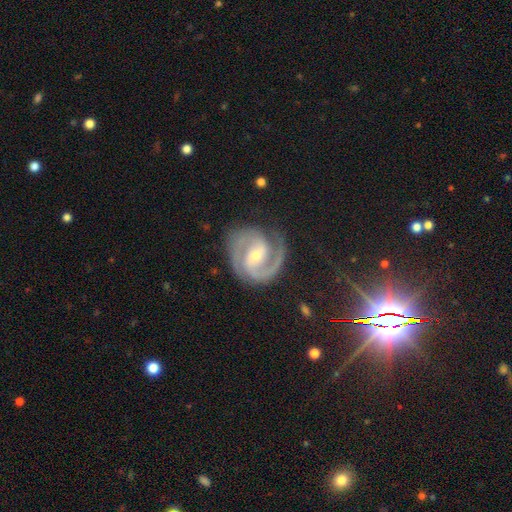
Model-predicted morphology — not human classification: Smooth or featured? Predicted: featured or disk (p=0.91). Edge-on disk? Predicted: no (p=0.98). Bar? Predicted: weak (p=0.42). Spiral arms? Predicted: yes (p=0.98). Spiral winding? Predicted: tight (p=0.50). Spiral arm count? Predicted: 2 (p=0.88). Bulge size? Predicted: small (p=0.56). Merging? Predicted: none (p=0.80).